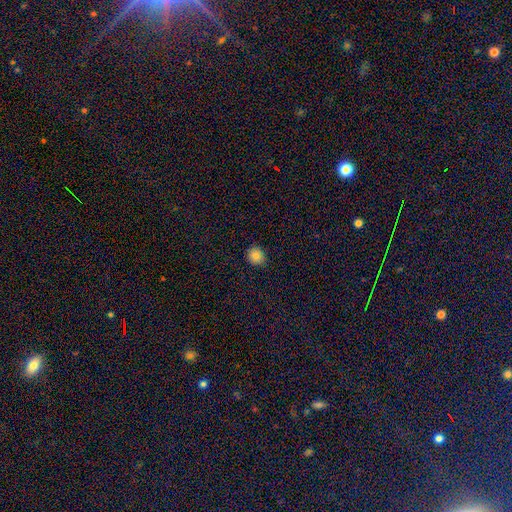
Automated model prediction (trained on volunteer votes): Morphology: type=smooth (83%); roundness=round (83%); merging=none (89%).